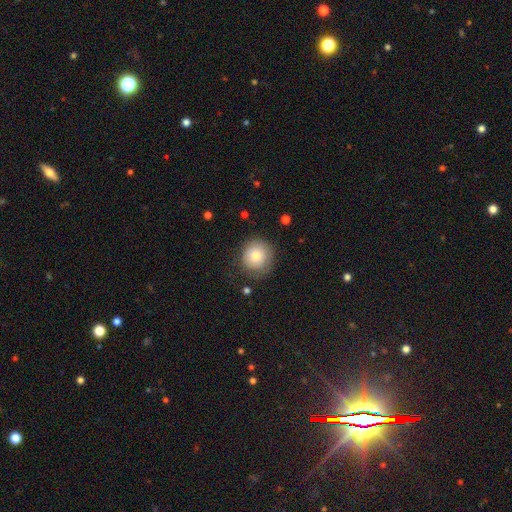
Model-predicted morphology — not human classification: smooth-or-featured: smooth: 78% | featured or disk: 14% | star or artifact: 9%
  how-rounded: round: 90% | in between: 9% | cigar-shaped: 1%
  merging: none: 74% | minor disturbance: 18% | major disturbance: 7% | merger: 1%